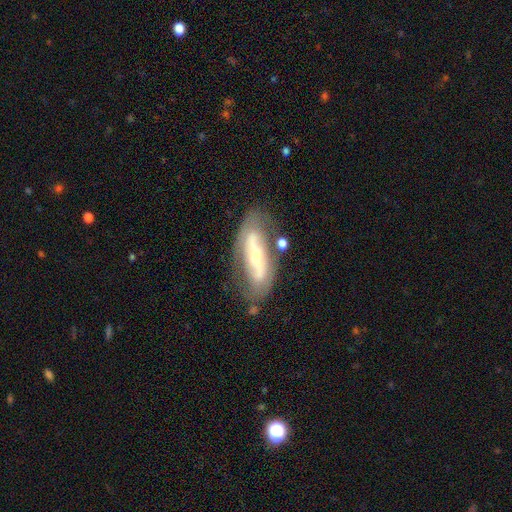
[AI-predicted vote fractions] Q: Smooth or featured?
A: featured or disk (74%); runner-up: smooth (19%)
Q: Edge-on disk?
A: no (81%); runner-up: yes (19%)
Q: Bar?
A: strong (58%); runner-up: weak (23%)
Q: Spiral arms?
A: yes (67%); runner-up: no (33%)
Q: Bulge size?
A: moderate (53%); runner-up: small (37%)
Q: Merging?
A: none (69%); runner-up: minor disturbance (18%)